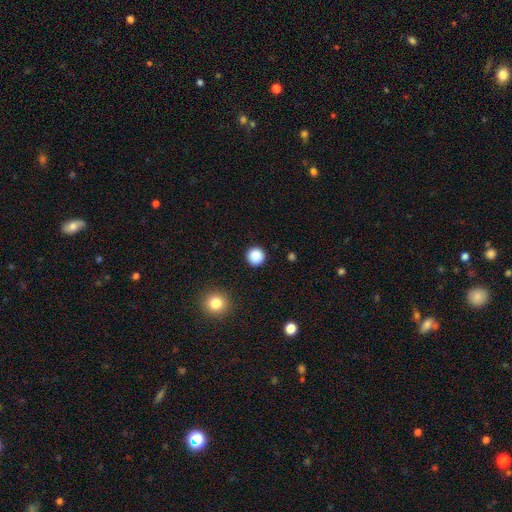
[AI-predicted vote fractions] Smooth or featured? Predicted: smooth (p=0.87). How rounded? Predicted: round (p=0.96). Merging? Predicted: none (p=0.91).